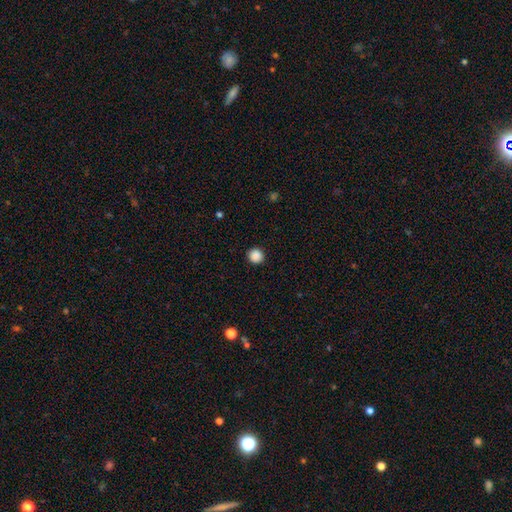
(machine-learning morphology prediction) Smooth or featured?
  - smooth: 88% *
  - star or artifact: 10%
  - featured or disk: 2%
How rounded?
  - round: 95% *
  - in between: 4%
  - cigar-shaped: 1%
Merging?
  - none: 93% *
  - minor disturbance: 5%
  - major disturbance: 2%
  - merger: 1%